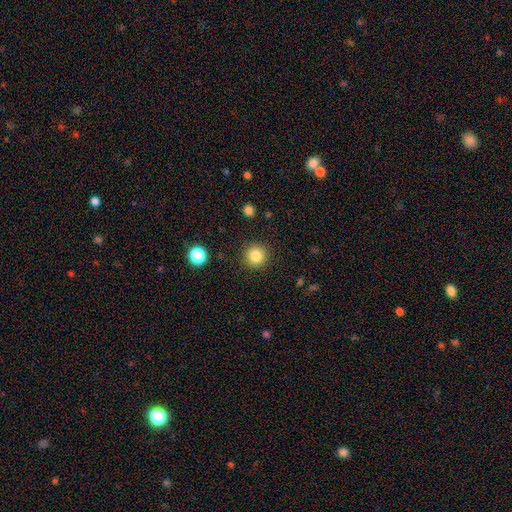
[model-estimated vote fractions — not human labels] Q: Smooth or featured?
A: smooth (83%); runner-up: star or artifact (11%)
Q: How rounded?
A: round (95%); runner-up: in between (4%)
Q: Merging?
A: none (91%); runner-up: minor disturbance (6%)